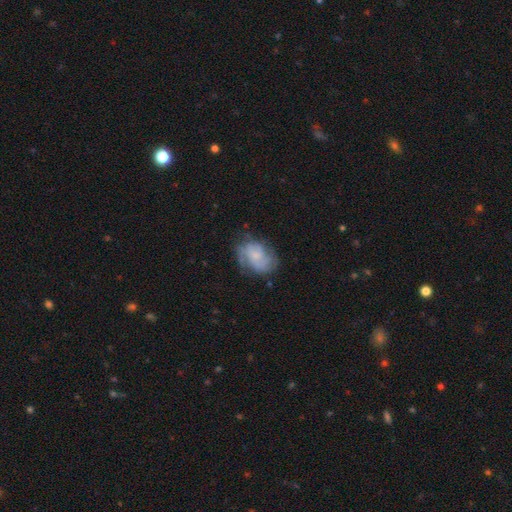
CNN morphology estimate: A featured or disk galaxy (54%) with no bar (74%), spiral arms (73%) and a small central bulge (55%).

Vote fractions:
- Smooth or featured? featured or disk: 54% / smooth: 37% / star or artifact: 9%
- Edge-on disk? no: 97% / yes: 3%
- Bar? no: 74% / weak: 22% / strong: 3%
- Spiral arms? yes: 73% / no: 27%
- Bulge size? small: 55% / none: 21% / moderate: 20% / large: 3% / dominant: 1%
- Merging? none: 59% / minor disturbance: 25% / major disturbance: 13% / merger: 2%